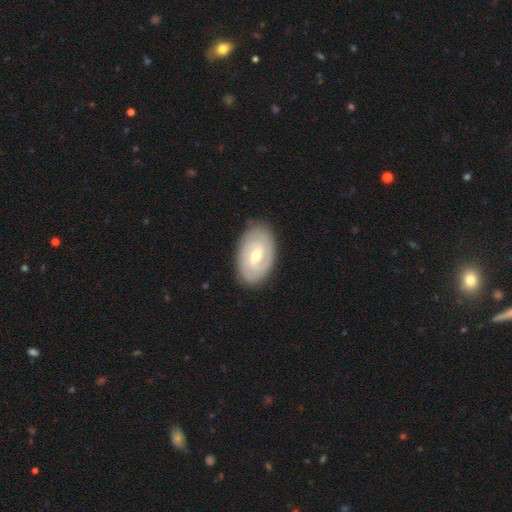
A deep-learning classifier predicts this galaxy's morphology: The model was most divided on "bulge size": moderate: 58%, small: 39%, large: 2%, none: 1%, dominant: 1%. More confident: edge-on disk — no (95%); spiral arms — yes (85%); merging — none (84%); smooth or featured — featured or disk (72%); spiral winding — tight (63%); spiral arm count — 2 (56%); bar — weak (55%).